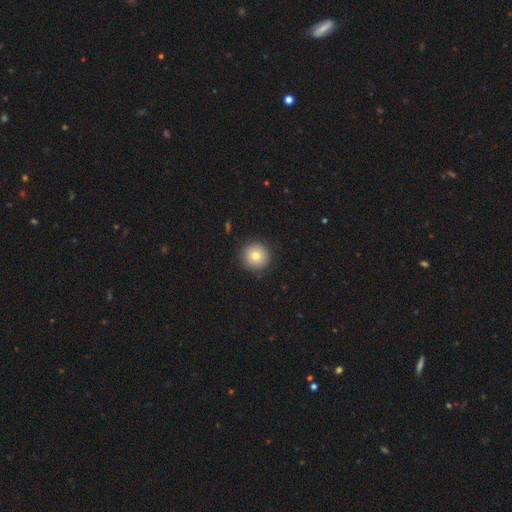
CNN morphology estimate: smooth 76%, featured or disk 13%, star or artifact 11%. Down the decision tree: how rounded — round (96%); merging — none (91%).